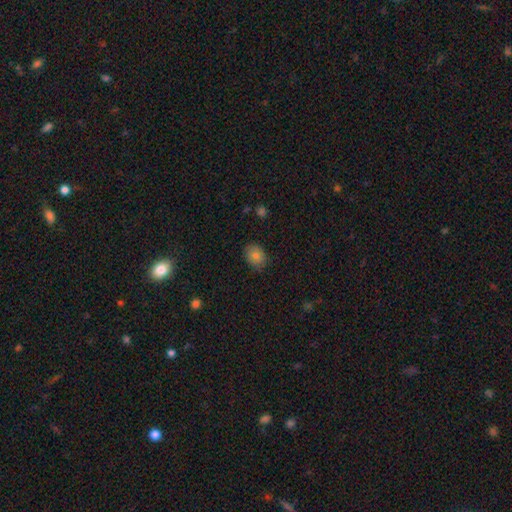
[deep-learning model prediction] A smooth galaxy with no disk features (80%) that is in between round and cigar-shaped (54%). Merging: none (82%).